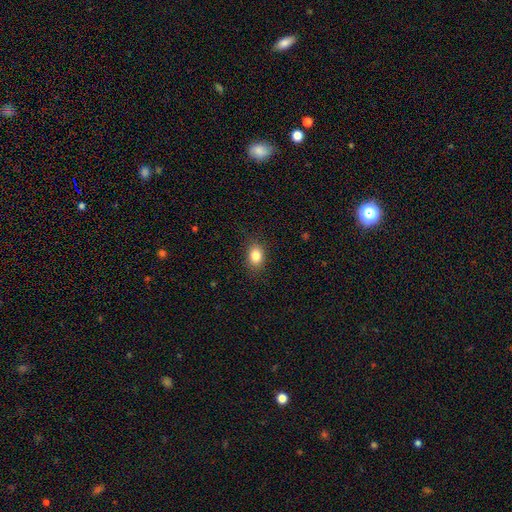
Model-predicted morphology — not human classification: Smooth or featured? smooth (84%)
How rounded? in between (71%)
Merging? none (86%)